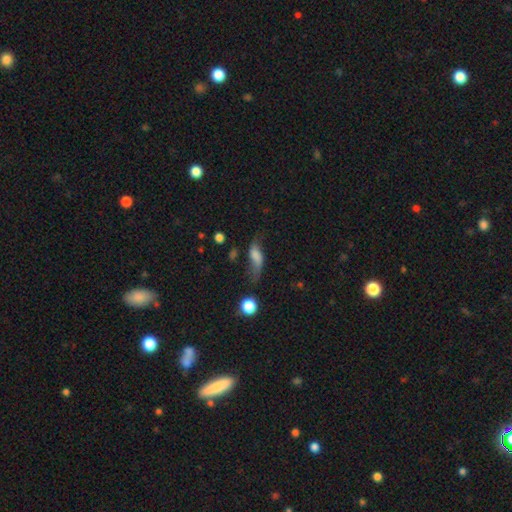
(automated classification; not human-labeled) smooth 55%, featured or disk 33%, star or artifact 12%. Down the decision tree: how rounded — in between (66%); merging — none (41%).